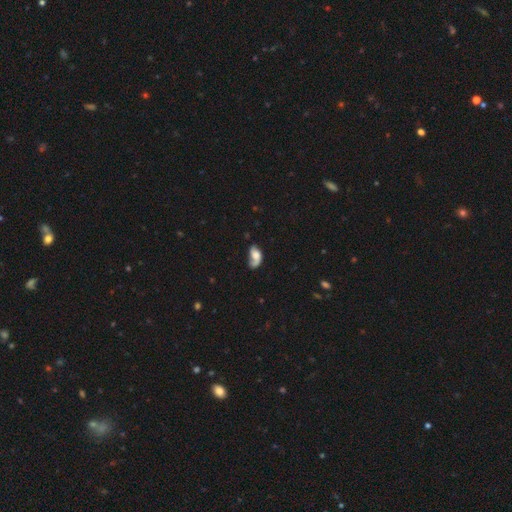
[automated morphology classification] Overall: featured or disk (48%; smooth 44%). Merging: none (34%; major disturbance 32%).